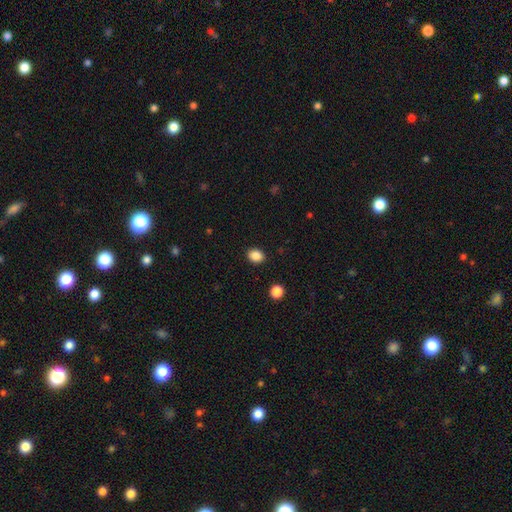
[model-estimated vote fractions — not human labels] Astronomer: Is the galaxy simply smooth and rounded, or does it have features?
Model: smooth — 87%.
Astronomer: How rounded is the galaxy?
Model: round — 50% (runner-up: in between, 49%).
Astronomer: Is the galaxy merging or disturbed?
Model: none — 90%.